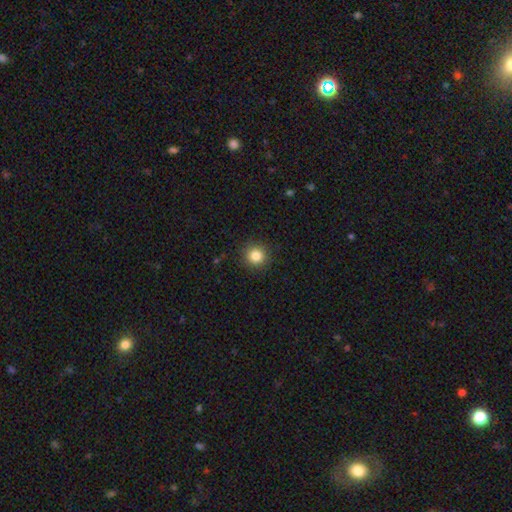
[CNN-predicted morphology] This appears to be a smooth galaxy with no disk features (83%) that is round (94%). Merging: none (91%).